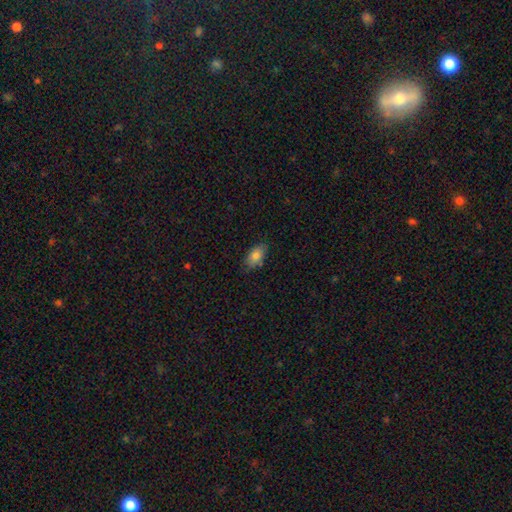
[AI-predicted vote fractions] Smooth or featured? Predicted: smooth (p=0.81). How rounded? Predicted: in between (p=0.91). Merging? Predicted: none (p=0.78).